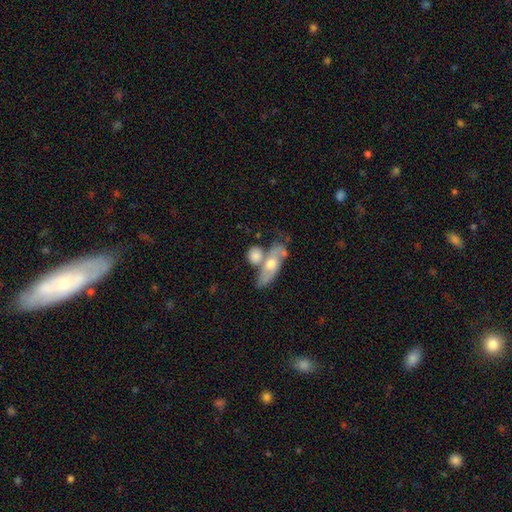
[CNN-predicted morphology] Smooth or featured? smooth (65%)
How rounded? in between (53%)
Merging? merger (46%)